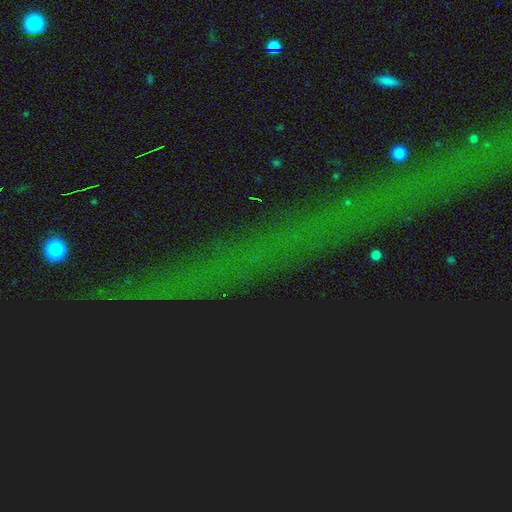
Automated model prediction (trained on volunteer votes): smooth-or-featured: star or artifact: 81% | featured or disk: 9% | smooth: 9%